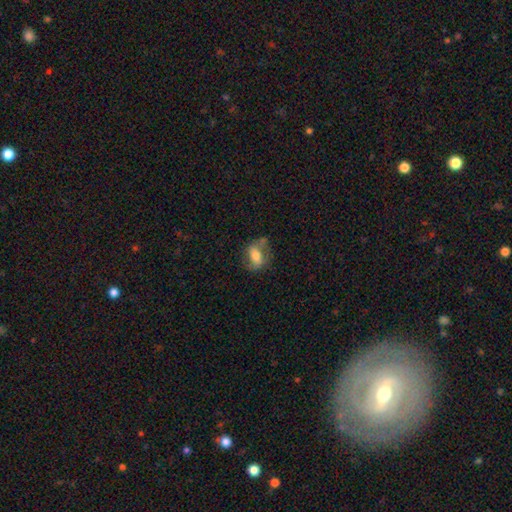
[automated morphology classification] Smooth or featured: smooth — 59% (featured or disk — 33%)
How rounded: in between — 78% (round — 15%)
Merging: none — 56% (minor disturbance — 24%)